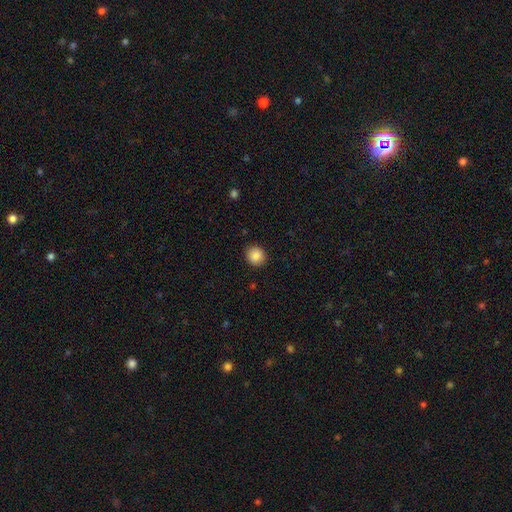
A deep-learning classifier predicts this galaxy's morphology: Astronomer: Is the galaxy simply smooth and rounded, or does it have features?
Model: smooth — 88%.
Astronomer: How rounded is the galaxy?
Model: round — 86%.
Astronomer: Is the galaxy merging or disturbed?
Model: none — 91%.